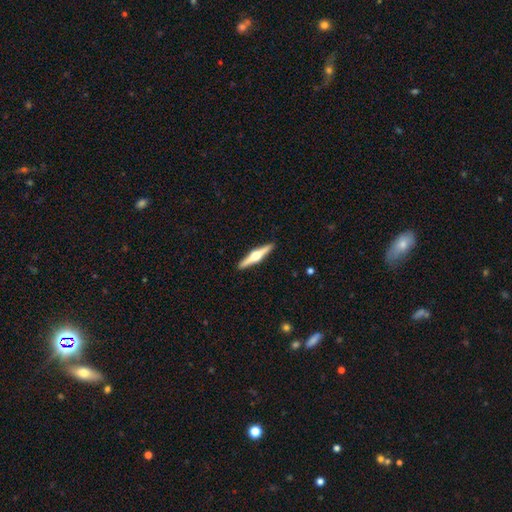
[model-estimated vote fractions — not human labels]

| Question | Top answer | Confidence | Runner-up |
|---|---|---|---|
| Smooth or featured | featured or disk | 76% | smooth (19%) |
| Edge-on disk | yes | 98% | no (2%) |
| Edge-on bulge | rounded | 96% | boxy (3%) |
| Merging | none | 92% | minor disturbance (5%) |